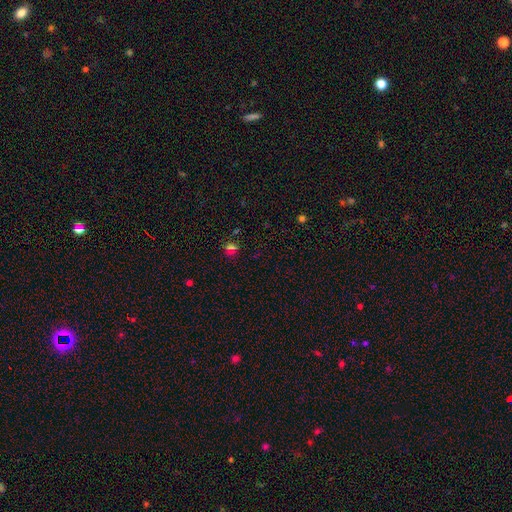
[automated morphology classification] smooth_or_featured: star or artifact (p=0.52) [alt: smooth p=0.40]